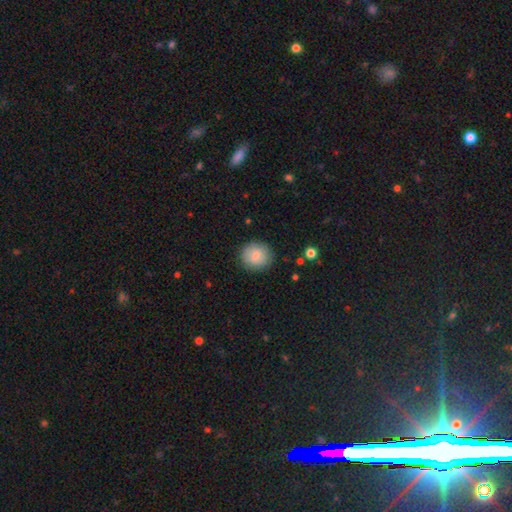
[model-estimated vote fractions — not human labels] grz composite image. It shows a smooth galaxy with no disk features (84%) that is round (87%). Merging: none (86%).